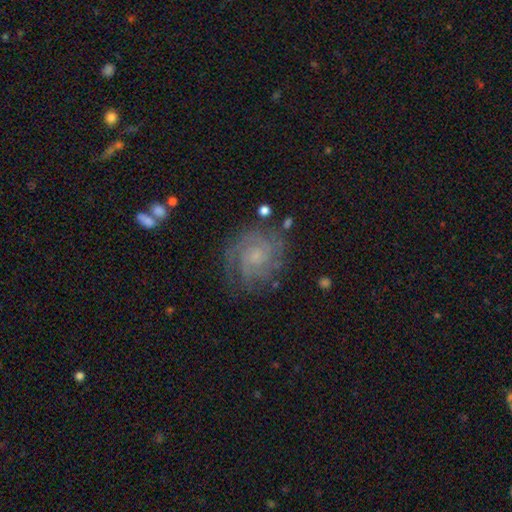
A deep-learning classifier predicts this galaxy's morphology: smooth_or_featured: featured or disk (p=0.78) [alt: smooth p=0.12]
disk_edge_on: no (p=0.98) [alt: yes p=0.02]
bar: no (p=0.69) [alt: weak p=0.27]
has_spiral_arms: yes (p=0.96) [alt: no p=0.04]
spiral_winding: tight (p=0.66) [alt: medium p=0.28]
spiral_arm_count: 2 (p=0.30) [alt: can't tell p=0.27]
bulge_size: small (p=0.61) [alt: moderate p=0.26]
merging: none (p=0.77) [alt: minor disturbance p=0.15]